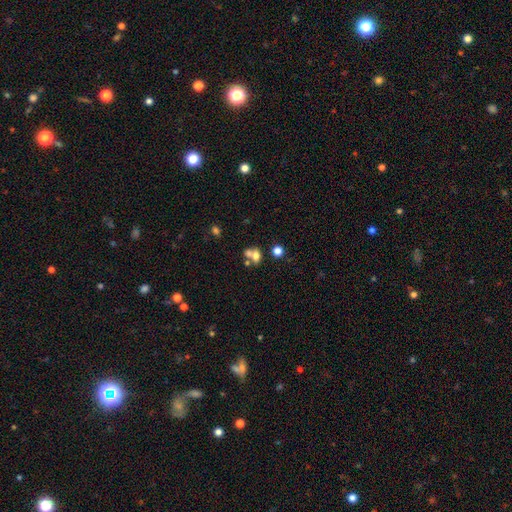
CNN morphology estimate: smooth-or-featured: smooth: 65% | featured or disk: 20% | star or artifact: 15%
  how-rounded: round: 50% | in between: 49% | cigar-shaped: 2%
  merging: merger: 54% | none: 32% | minor disturbance: 8% | major disturbance: 5%